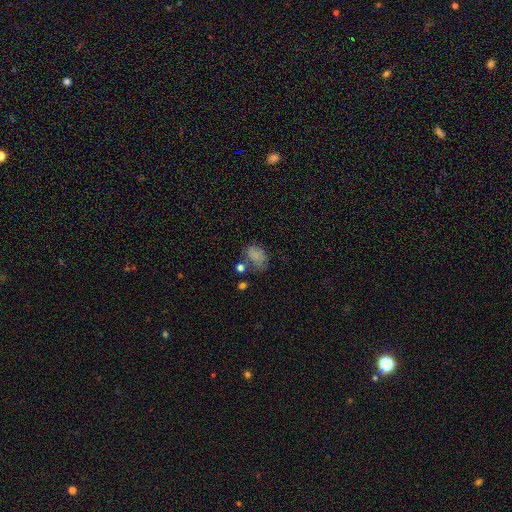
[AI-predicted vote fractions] A smooth galaxy with no disk features (75%) that is in between round and cigar-shaped (74%). Merging: none (45%).